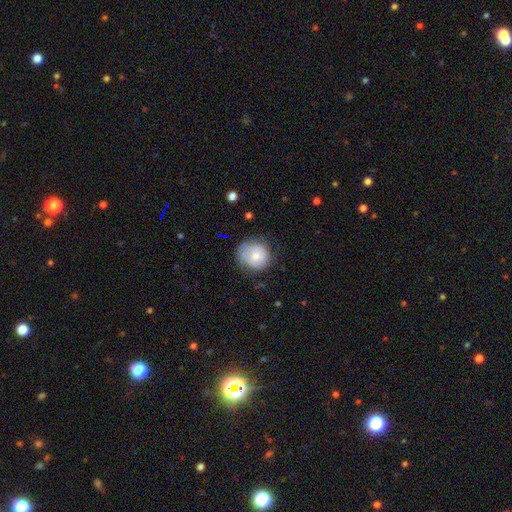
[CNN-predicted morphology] Overall: smooth (60%; featured or disk 32%). How rounded: round (80%). Merging: none (66%).